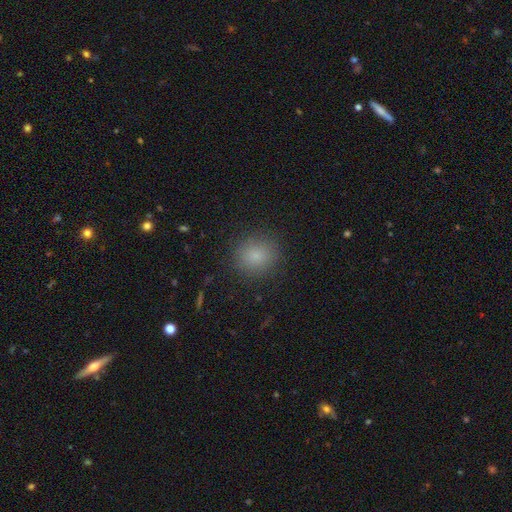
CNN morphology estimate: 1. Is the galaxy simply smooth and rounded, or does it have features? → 81% smooth, 13% star or artifact, 6% featured or disk.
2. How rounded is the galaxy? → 85% round, 14% in between, 1% cigar-shaped.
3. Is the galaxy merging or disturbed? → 89% none, 7% minor disturbance, 3% major disturbance, 1% merger.